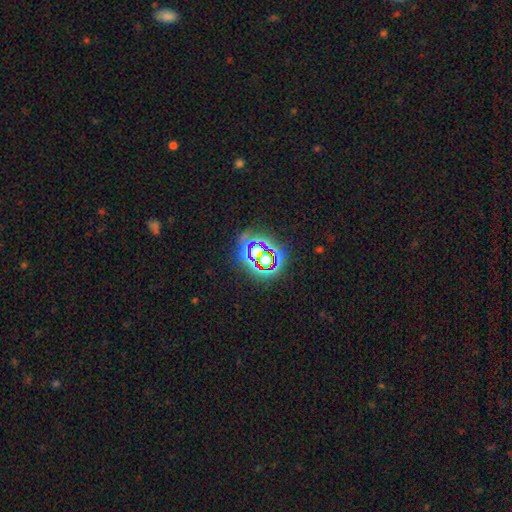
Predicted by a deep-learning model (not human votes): This appears to be a star or artifact, not a galaxy (70%).